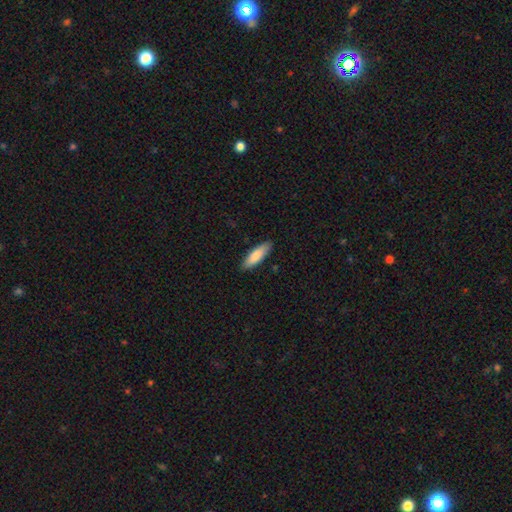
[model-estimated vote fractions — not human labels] smooth-or-featured: smooth: 84% | featured or disk: 11% | star or artifact: 5%
  how-rounded: cigar-shaped: 55% | in between: 43% | round: 1%
  merging: none: 89% | minor disturbance: 9% | major disturbance: 2% | merger: 1%